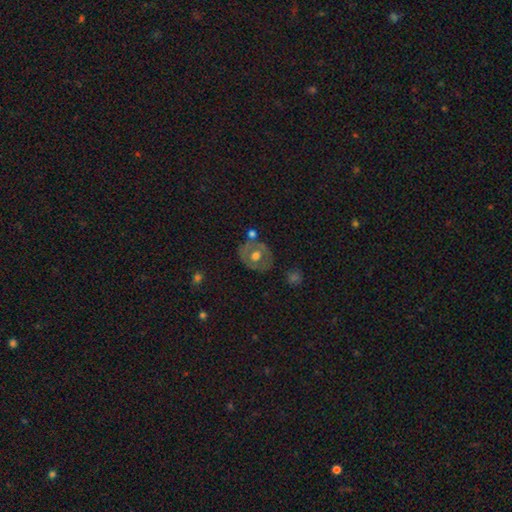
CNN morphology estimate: Overall: featured or disk (49%; smooth 44%). Merging: none (66%).